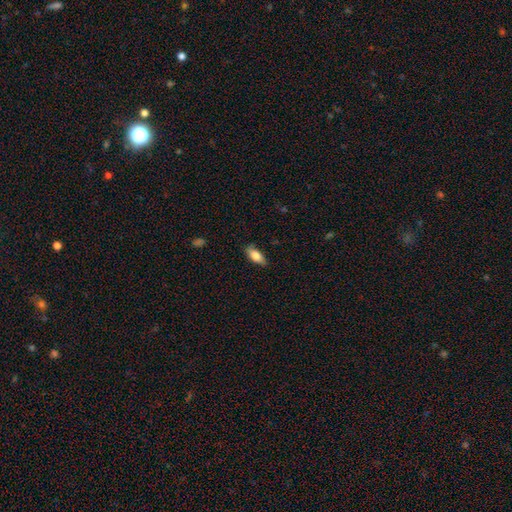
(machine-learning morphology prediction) Q: Smooth or featured?
A: smooth (80%); runner-up: featured or disk (14%)
Q: How rounded?
A: in between (79%); runner-up: cigar-shaped (18%)
Q: Merging?
A: none (83%); runner-up: minor disturbance (14%)